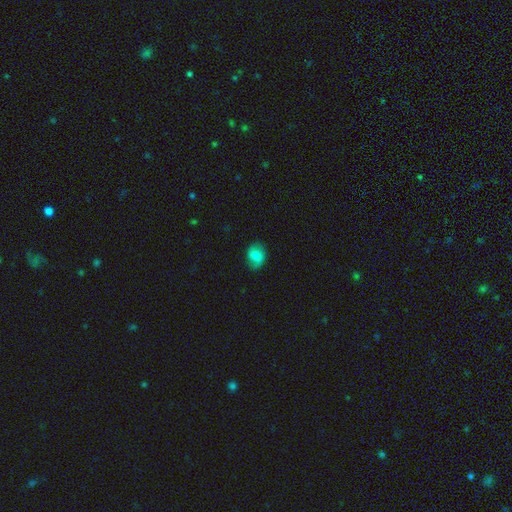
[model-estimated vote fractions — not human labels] smooth-or-featured: smooth: 69% | featured or disk: 22% | star or artifact: 9%
  how-rounded: in between: 55% | round: 44% | cigar-shaped: 1%
  merging: none: 67% | minor disturbance: 25% | major disturbance: 7% | merger: 1%